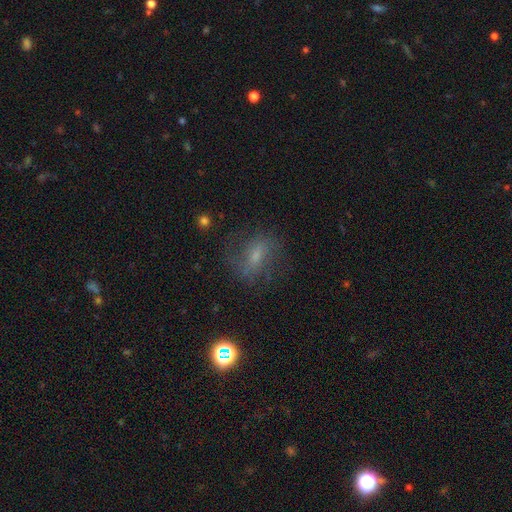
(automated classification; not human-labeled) smooth_or_featured: featured or disk (p=0.42) [alt: smooth p=0.41]
merging: none (p=0.68) [alt: minor disturbance p=0.18]